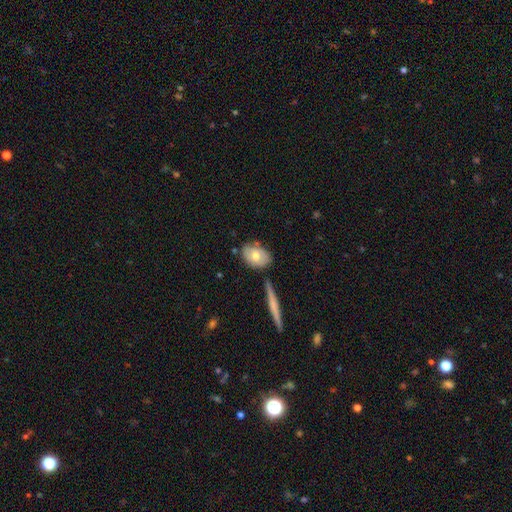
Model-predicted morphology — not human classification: smooth_or_featured: smooth (p=0.65) [alt: featured or disk p=0.28]
how_rounded: in between (p=0.80) [alt: round p=0.17]
merging: none (p=0.69) [alt: minor disturbance p=0.19]